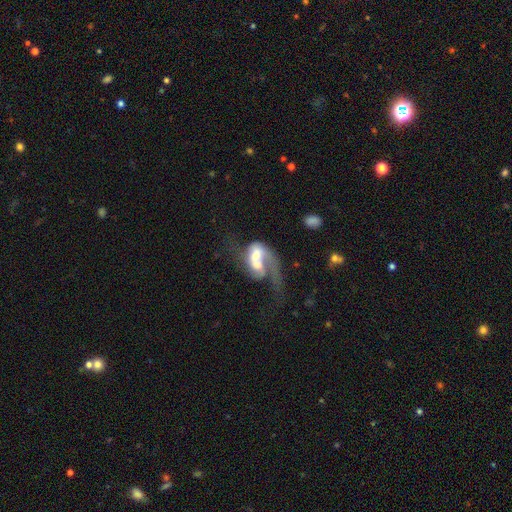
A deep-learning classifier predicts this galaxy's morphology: Overall: featured or disk (66%; smooth 27%). Edge-on disk: no (96%). Bar: no (58%; weak 31%). Spiral arms: yes (75%). Bulge size: moderate (56%; large 21%). Merging: merger (62%).